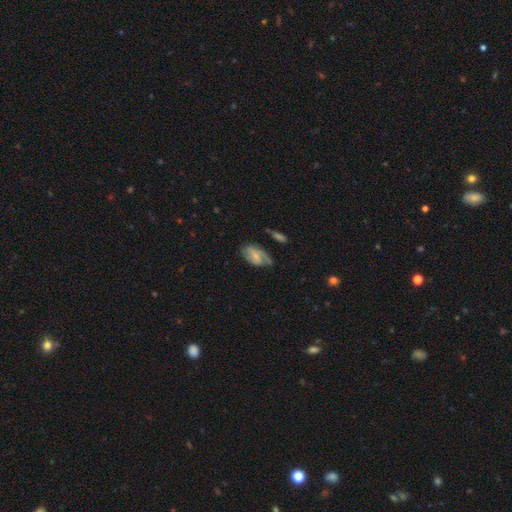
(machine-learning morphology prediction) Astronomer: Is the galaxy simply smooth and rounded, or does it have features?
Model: featured or disk — 59% (runner-up: smooth, 34%).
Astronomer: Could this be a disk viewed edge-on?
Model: no — 95%.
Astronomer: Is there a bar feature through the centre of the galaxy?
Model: weak — 45% (runner-up: no, 36%).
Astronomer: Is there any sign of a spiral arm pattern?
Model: yes — 85%.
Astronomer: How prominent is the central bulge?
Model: small — 61%.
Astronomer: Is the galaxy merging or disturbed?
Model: none — 56%.